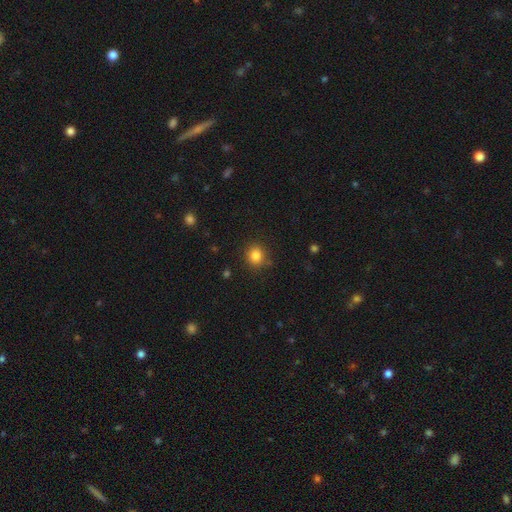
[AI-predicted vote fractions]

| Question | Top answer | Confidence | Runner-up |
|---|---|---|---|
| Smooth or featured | smooth | 83% | star or artifact (11%) |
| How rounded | round | 85% | in between (14%) |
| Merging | none | 84% | minor disturbance (11%) |